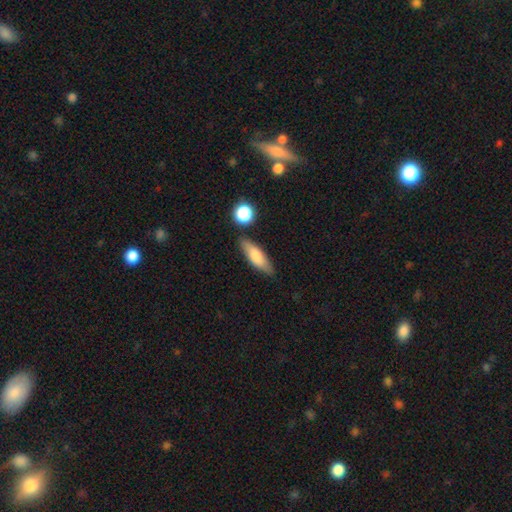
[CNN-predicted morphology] Overall: smooth (74%). How rounded: in between (52%; cigar-shaped 45%). Merging: none (78%).